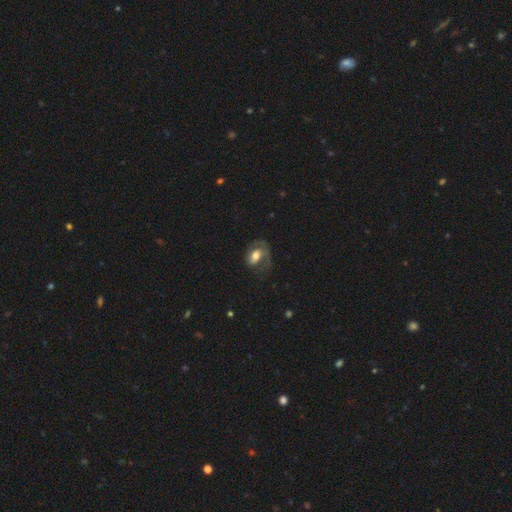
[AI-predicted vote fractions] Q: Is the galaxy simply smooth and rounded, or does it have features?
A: featured or disk — 48%.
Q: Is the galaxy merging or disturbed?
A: none — 40%.